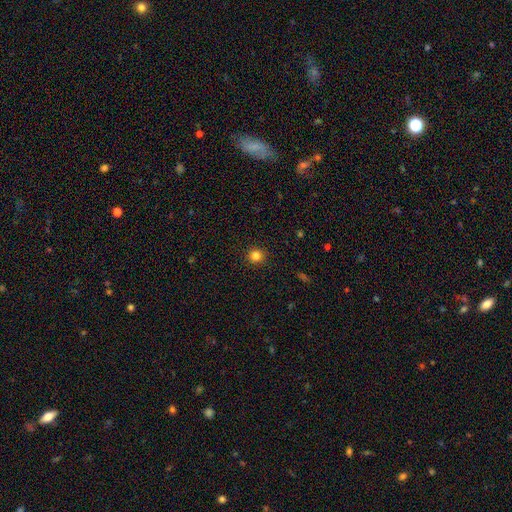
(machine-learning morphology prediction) A smooth galaxy with no disk features (83%) that is round (93%). Merging: none (93%).